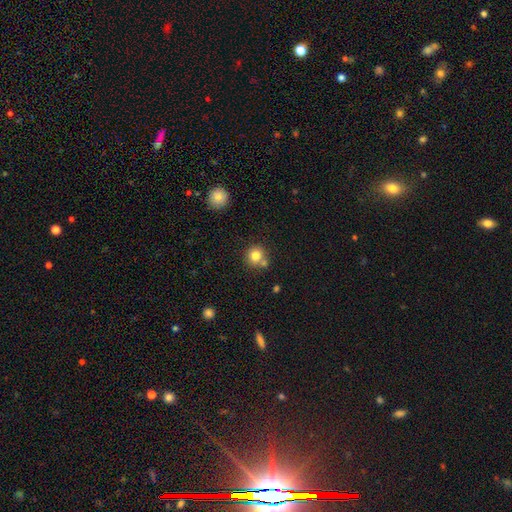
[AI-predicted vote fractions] Smooth or featured? smooth (79%)
How rounded? round (91%)
Merging? none (67%)